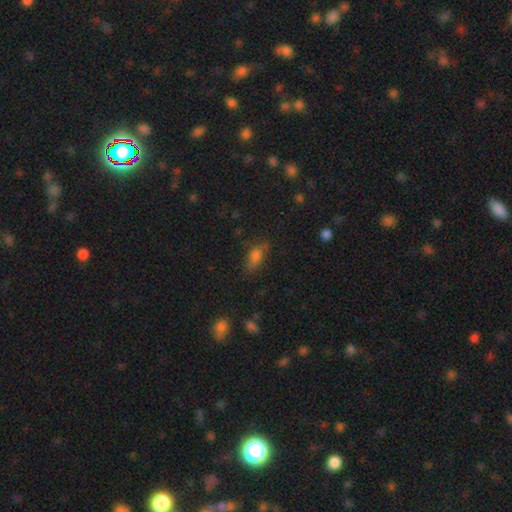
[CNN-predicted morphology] Smooth or featured?
  - smooth: 69% *
  - featured or disk: 16%
  - star or artifact: 15%
How rounded?
  - in between: 77% *
  - cigar-shaped: 15%
  - round: 8%
Merging?
  - none: 65% *
  - minor disturbance: 23%
  - major disturbance: 9%
  - merger: 3%